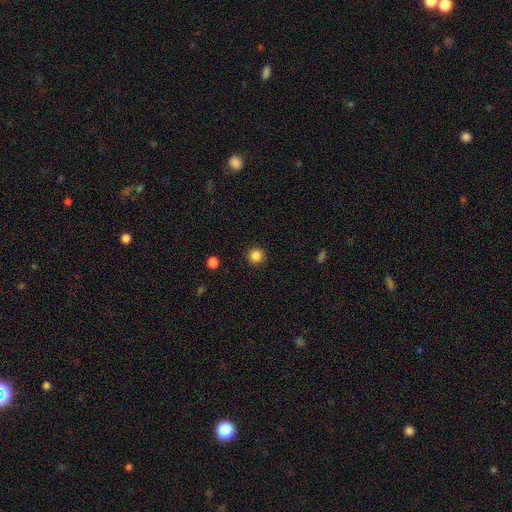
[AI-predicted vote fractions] This appears to be a smooth galaxy with no disk features (86%) that is round (95%). Merging: none (92%).